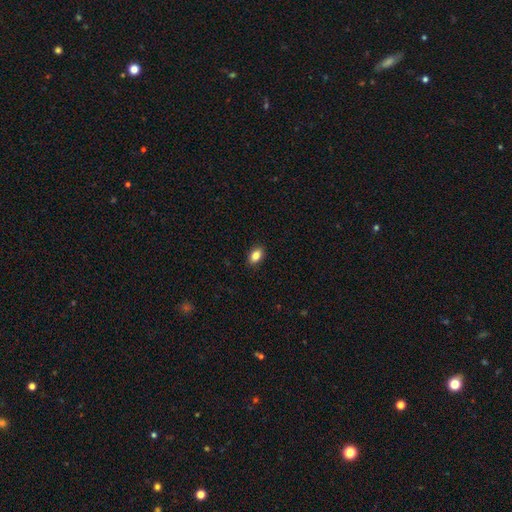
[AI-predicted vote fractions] Smooth or featured: smooth — 85% (star or artifact — 9%)
How rounded: in between — 86% (round — 12%)
Merging: none — 90% (minor disturbance — 8%)